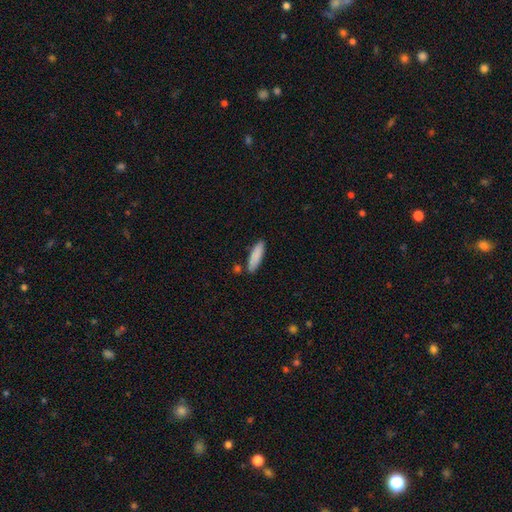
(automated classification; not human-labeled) This is clearly a smooth galaxy (86%). How rounded: likely cigar-shaped (66%). Merging: clearly none (81%).